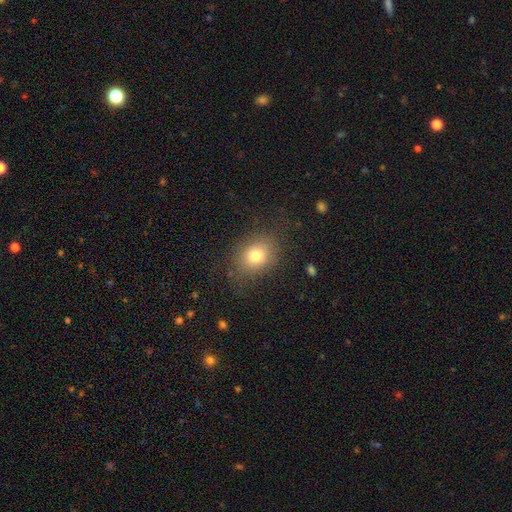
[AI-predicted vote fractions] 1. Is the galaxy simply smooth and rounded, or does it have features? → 77% smooth, 12% star or artifact, 11% featured or disk.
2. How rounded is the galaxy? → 55% round, 44% in between, 1% cigar-shaped.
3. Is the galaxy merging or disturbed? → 78% none, 13% minor disturbance, 7% major disturbance, 1% merger.